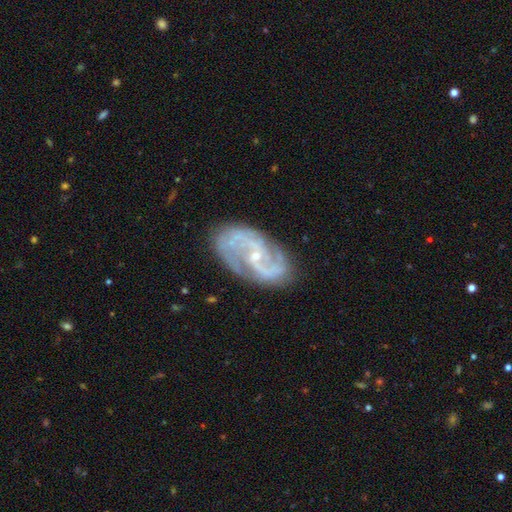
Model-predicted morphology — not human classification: A featured or disk galaxy (88%) with no bar (49%), 2 (68%) medium (50%) spiral arms (96%) and a small central bulge (77%). Merging: none (73%).